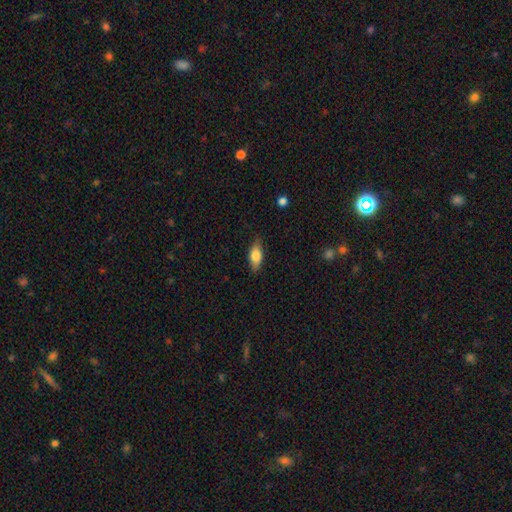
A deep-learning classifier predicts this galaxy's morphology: Smooth or featured? Predicted: smooth (p=0.74). How rounded? Predicted: in between (p=0.79). Merging? Predicted: none (p=0.82).